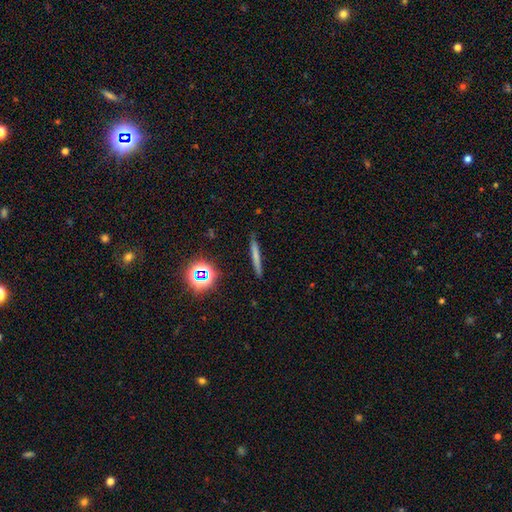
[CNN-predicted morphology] A smooth galaxy with no disk features (59%) that is cigar-shaped (93%). Merging: none (88%).